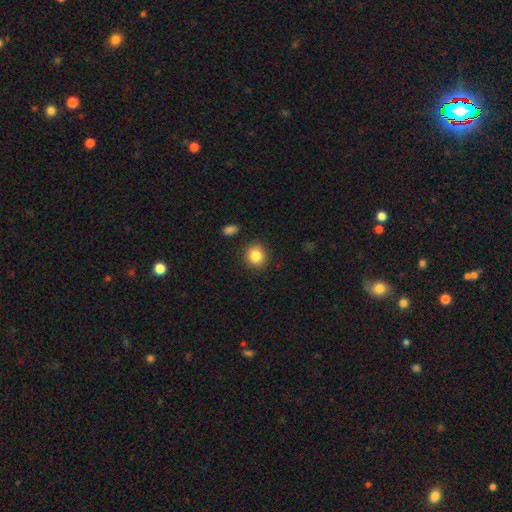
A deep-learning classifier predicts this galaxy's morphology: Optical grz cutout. It shows a smooth galaxy with no disk features (85%) that is round (82%). Merging: none (88%).